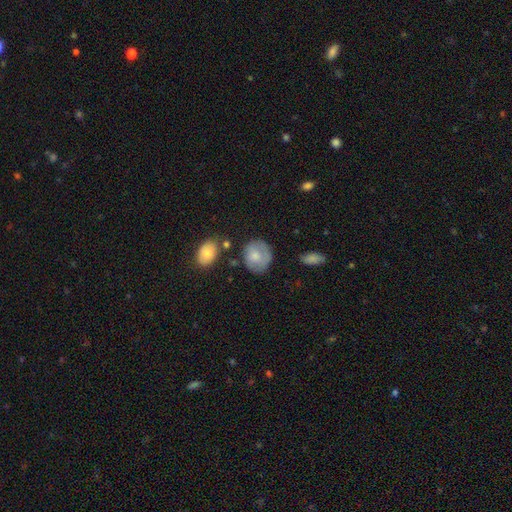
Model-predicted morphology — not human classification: Overall: smooth (69%). How rounded: round (71%). Merging: none (64%).